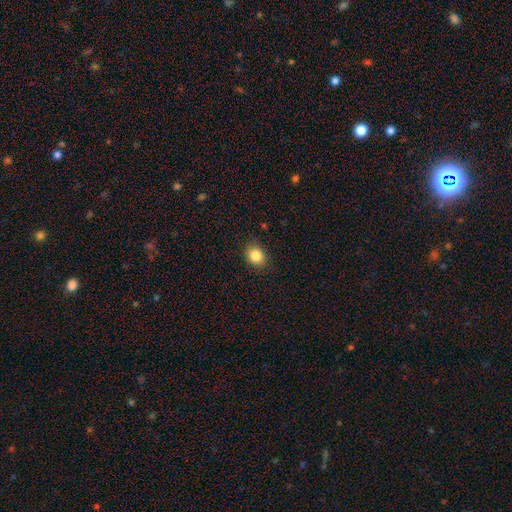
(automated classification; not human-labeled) Smooth or featured?
  - smooth: 85% *
  - star or artifact: 10%
  - featured or disk: 5%
How rounded?
  - round: 58% *
  - in between: 41%
  - cigar-shaped: 1%
Merging?
  - none: 85% *
  - minor disturbance: 11%
  - major disturbance: 3%
  - merger: 1%